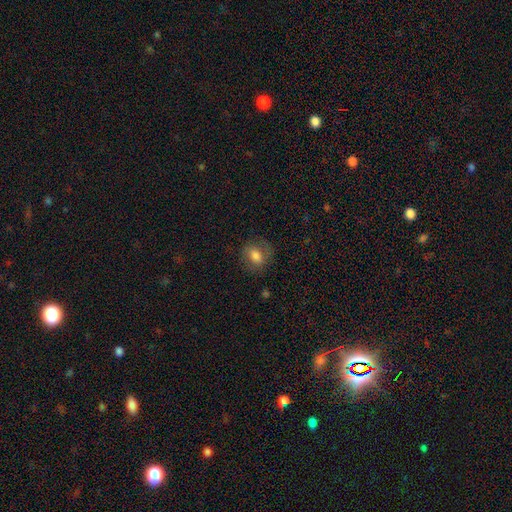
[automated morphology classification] This appears to be a smooth galaxy with no disk features (72%) that is in between round and cigar-shaped (50%). Merging: none (75%).